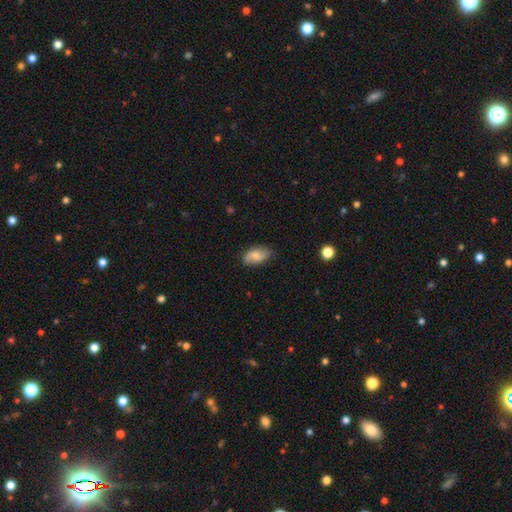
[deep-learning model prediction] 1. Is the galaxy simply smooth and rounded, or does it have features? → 70% smooth, 23% featured or disk, 7% star or artifact.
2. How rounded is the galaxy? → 93% in between, 5% round, 3% cigar-shaped.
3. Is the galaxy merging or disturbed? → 73% none, 21% minor disturbance, 4% major disturbance, 1% merger.